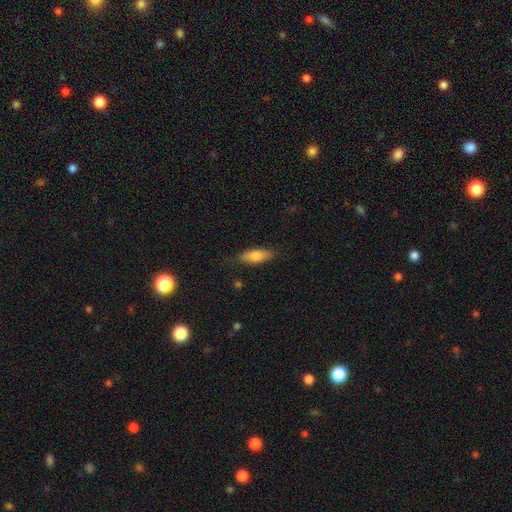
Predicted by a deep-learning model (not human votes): The model was most divided on "how rounded": in between: 73%, cigar-shaped: 24%, round: 3%. More confident: merging — none (80%); smooth or featured — smooth (73%).